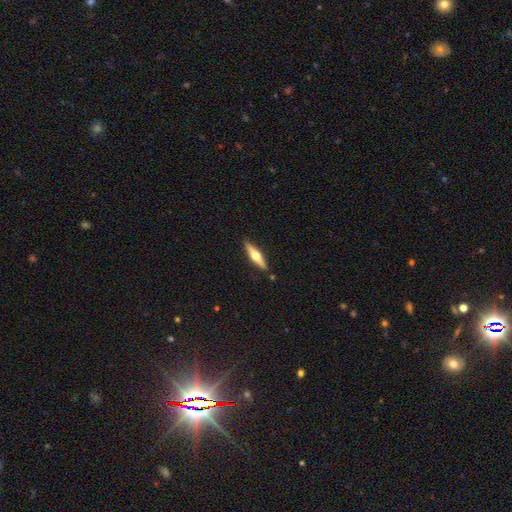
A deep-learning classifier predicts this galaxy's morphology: Smooth or featured: featured or disk — 64% (smooth — 31%)
Edge-on disk: yes — 96% (no — 4%)
Edge-on bulge: rounded — 95% (boxy — 3%)
Merging: none — 89% (minor disturbance — 8%)